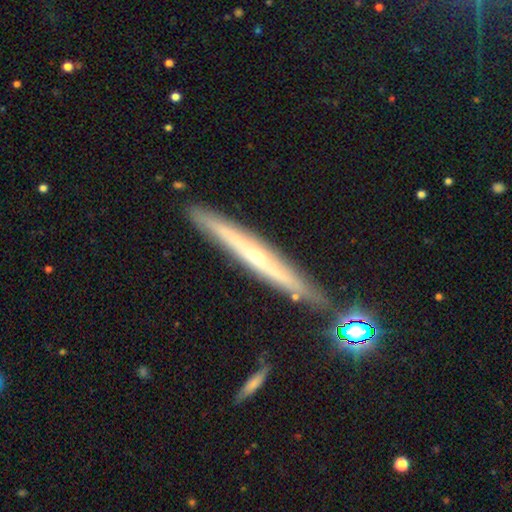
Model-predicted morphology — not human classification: smooth-or-featured: featured or disk: 69% | smooth: 22% | star or artifact: 9%
  disk-edge-on: yes: 93% | no: 7%
    edge-on-bulge: rounded: 60% | none: 37% | boxy: 3%
  merging: none: 85% | minor disturbance: 10% | merger: 3% | major disturbance: 2%